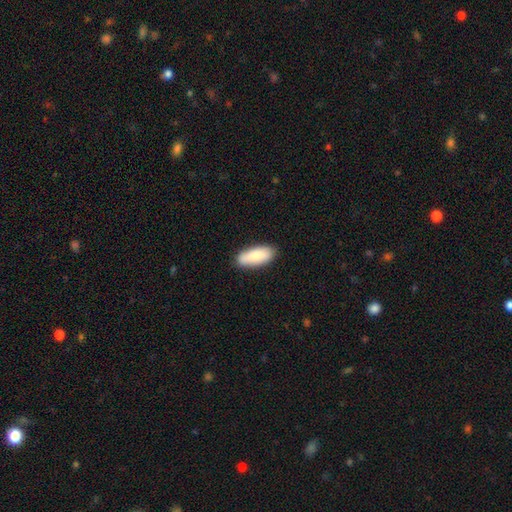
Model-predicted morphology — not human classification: type=smooth (84%); roundness=in between (79%); merging=none (85%).